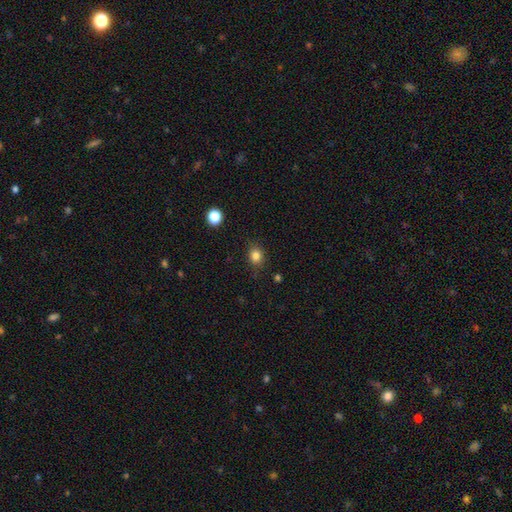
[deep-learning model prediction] Smooth or featured?
  - smooth: 82% *
  - star or artifact: 12%
  - featured or disk: 6%
How rounded?
  - round: 64% *
  - in between: 35%
  - cigar-shaped: 1%
Merging?
  - none: 82% *
  - minor disturbance: 13%
  - major disturbance: 3%
  - merger: 2%